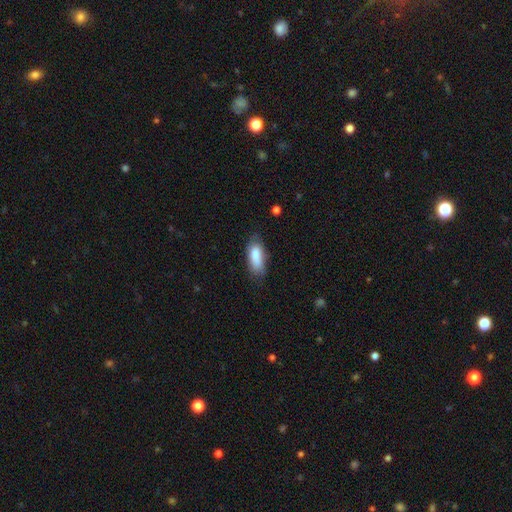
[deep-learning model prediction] This is clearly a smooth galaxy (84%). How rounded: likely in between (80%). Merging: likely none (62%).